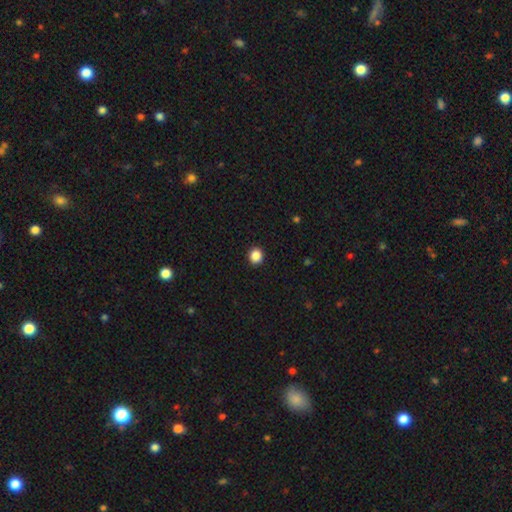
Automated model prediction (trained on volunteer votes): smooth 87%, star or artifact 10%, featured or disk 3%. Down the decision tree: how rounded — round (84%); merging — none (93%).